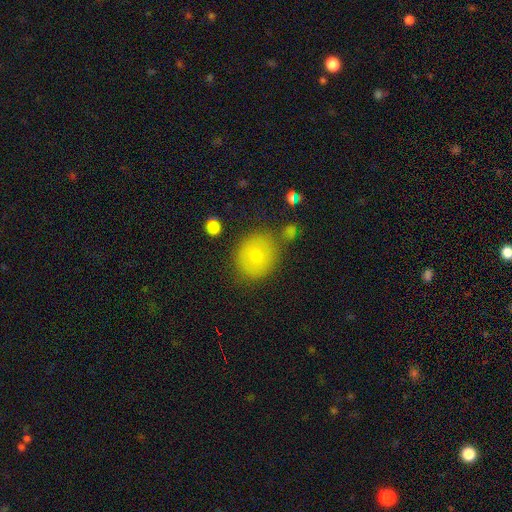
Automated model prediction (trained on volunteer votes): smooth 72%, featured or disk 17%, star or artifact 12%. Down the decision tree: how rounded — round (79%); merging — none (76%).